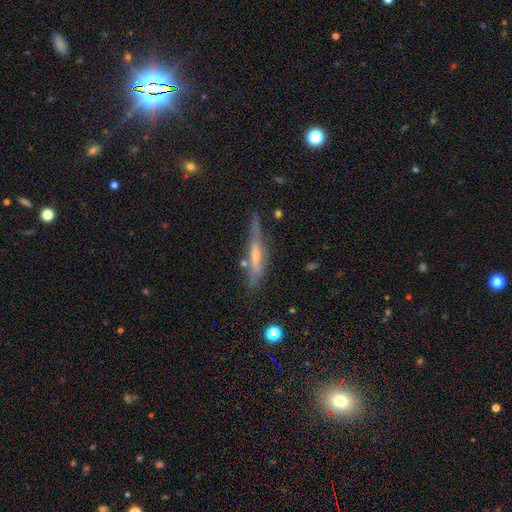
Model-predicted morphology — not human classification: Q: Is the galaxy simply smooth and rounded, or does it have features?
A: featured or disk — 70%.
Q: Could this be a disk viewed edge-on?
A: yes — 93%.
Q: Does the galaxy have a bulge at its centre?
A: rounded — 67%.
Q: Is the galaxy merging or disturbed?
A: none — 73%.